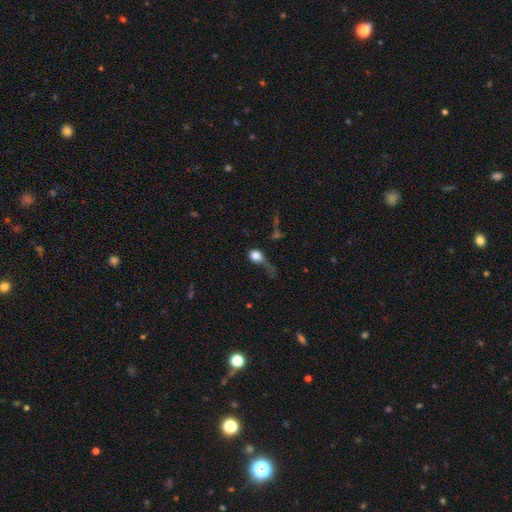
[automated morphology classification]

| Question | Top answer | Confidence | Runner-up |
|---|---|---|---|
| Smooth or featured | smooth | 73% | featured or disk (15%) |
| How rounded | round | 58% | in between (38%) |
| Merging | major disturbance | 47% | none (24%) |